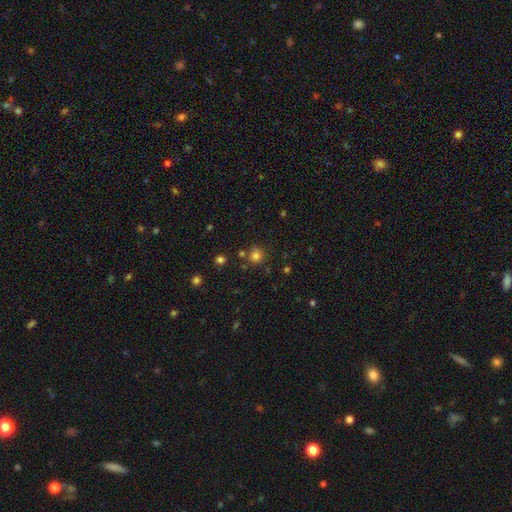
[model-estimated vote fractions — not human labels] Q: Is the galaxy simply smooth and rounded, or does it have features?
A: smooth — 77%.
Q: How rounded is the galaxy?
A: round — 90%.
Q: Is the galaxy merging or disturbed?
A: none — 77%.